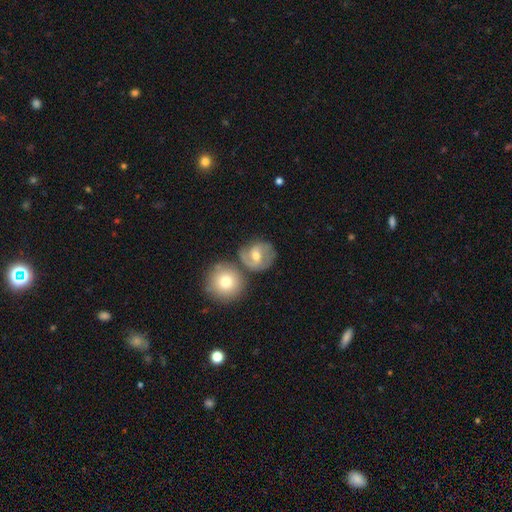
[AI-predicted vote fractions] smooth_or_featured: featured or disk (p=0.65) [alt: smooth p=0.27]
disk_edge_on: no (p=0.97) [alt: yes p=0.03]
bar: weak (p=0.49) [alt: no p=0.32]
has_spiral_arms: yes (p=0.86) [alt: no p=0.14]
spiral_winding: medium (p=0.48) [alt: tight p=0.36]
spiral_arm_count: 2 (p=0.74) [alt: can't tell p=0.12]
bulge_size: moderate (p=0.65) [alt: small p=0.28]
merging: none (p=0.63) [alt: merger p=0.15]